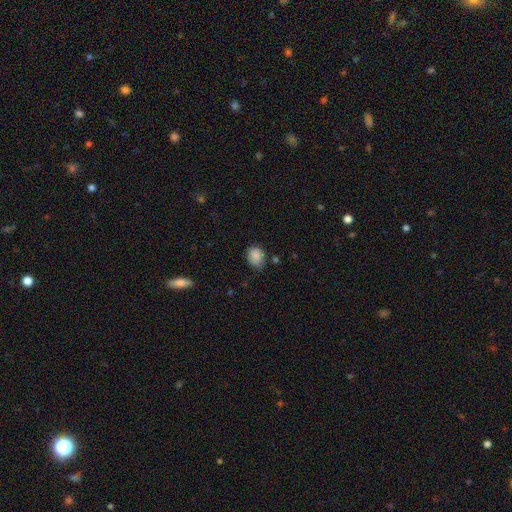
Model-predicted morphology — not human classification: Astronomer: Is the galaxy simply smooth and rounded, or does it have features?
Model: smooth — 83%.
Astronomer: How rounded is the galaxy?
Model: round — 59% (runner-up: in between, 40%).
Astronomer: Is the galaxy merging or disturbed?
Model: none — 68%.